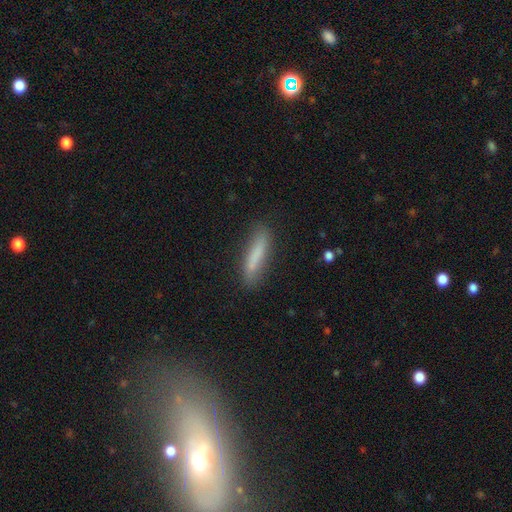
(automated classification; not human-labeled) Smooth or featured? smooth (73%)
How rounded? cigar-shaped (86%)
Merging? none (81%)